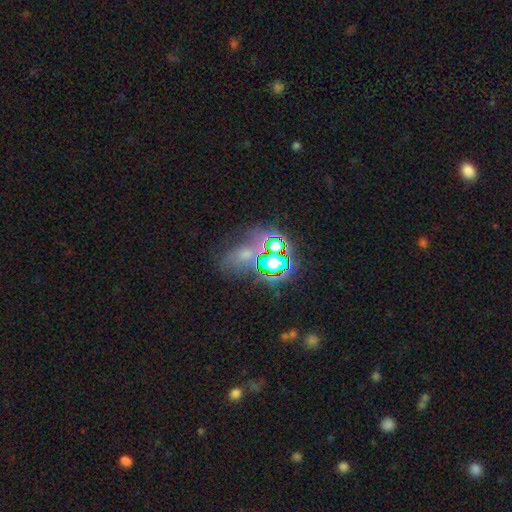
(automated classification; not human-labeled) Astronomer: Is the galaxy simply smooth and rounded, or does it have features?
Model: star or artifact — 68%.